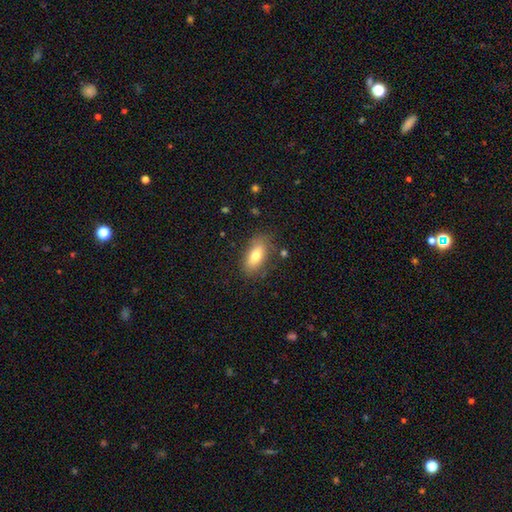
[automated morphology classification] A smooth galaxy with no disk features (76%) that is in between round and cigar-shaped (83%). Merging: none (80%).